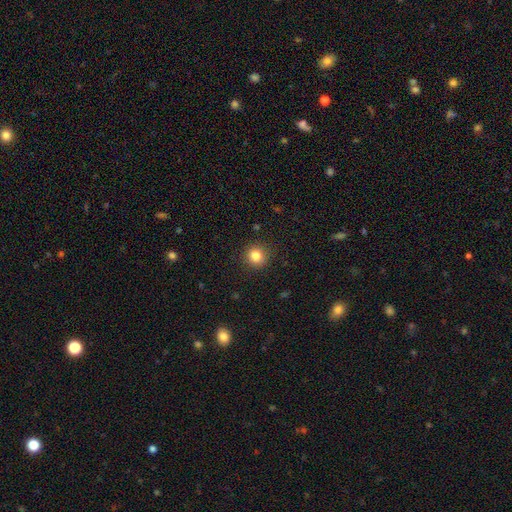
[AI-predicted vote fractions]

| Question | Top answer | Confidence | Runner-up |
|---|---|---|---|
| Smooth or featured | smooth | 84% | star or artifact (11%) |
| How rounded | round | 91% | in between (8%) |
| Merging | none | 90% | minor disturbance (7%) |